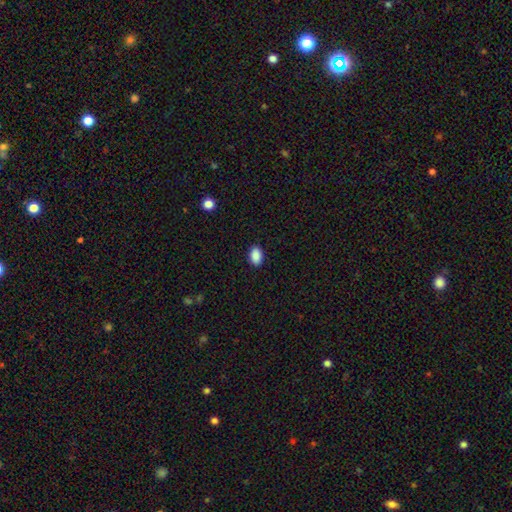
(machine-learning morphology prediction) Overall: smooth (89%). How rounded: in between (87%). Merging: none (89%).